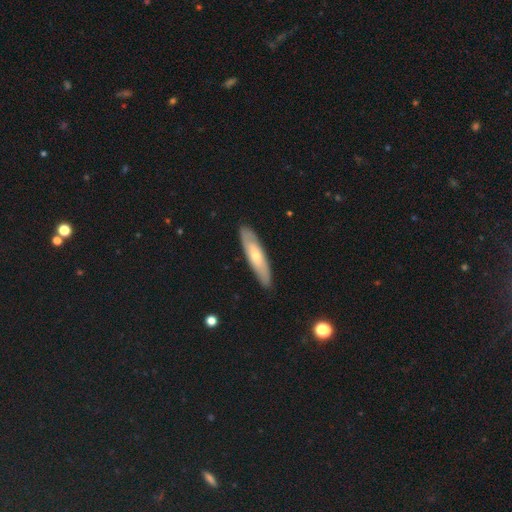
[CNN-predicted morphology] A featured or disk galaxy (49%). Merging: none (88%).